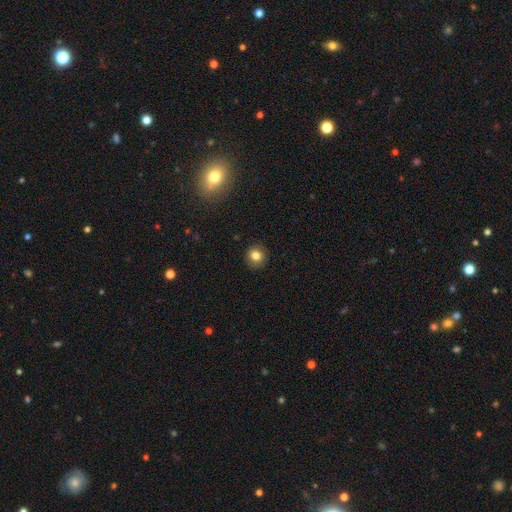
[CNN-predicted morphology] Smooth or featured? smooth (82%)
How rounded? round (90%)
Merging? none (91%)